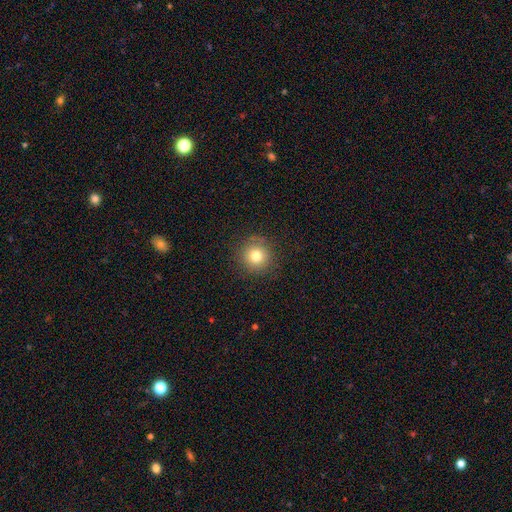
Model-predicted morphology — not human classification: The model was most divided on "smooth or featured": smooth: 77%, star or artifact: 13%, featured or disk: 9%. More confident: how rounded — round (94%); merging — none (88%).